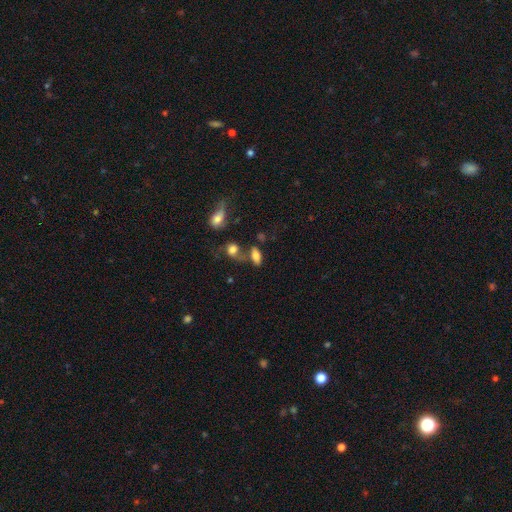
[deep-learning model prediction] Smooth or featured? Predicted: smooth (p=0.73). How rounded? Predicted: in between (p=0.84). Merging? Predicted: none (p=0.43).